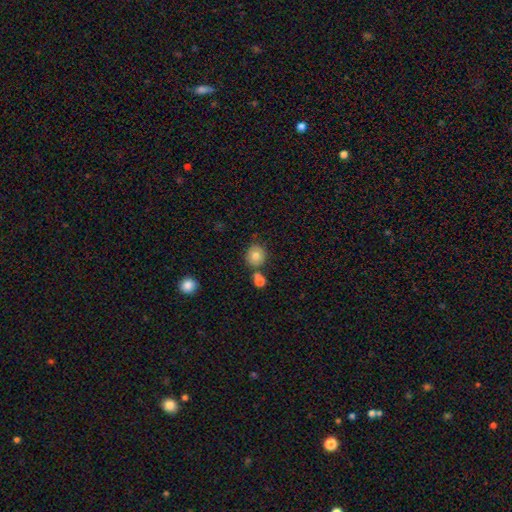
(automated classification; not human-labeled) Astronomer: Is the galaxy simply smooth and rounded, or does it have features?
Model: smooth — 80%.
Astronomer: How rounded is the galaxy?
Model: round — 85%.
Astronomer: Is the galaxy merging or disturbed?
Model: none — 70%.